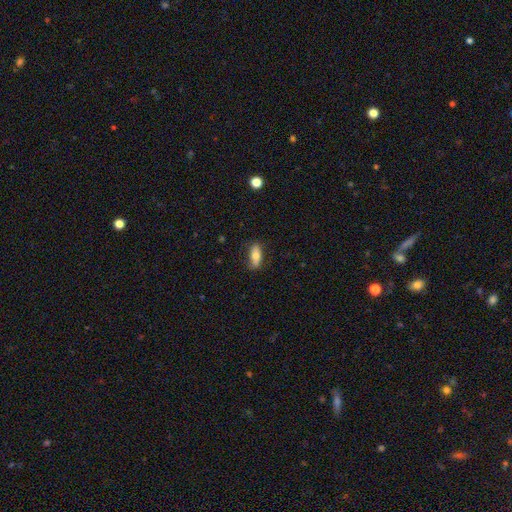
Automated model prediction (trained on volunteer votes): This is likely a smooth galaxy (71%). How rounded: likely in between (72%). Merging: likely none (78%).